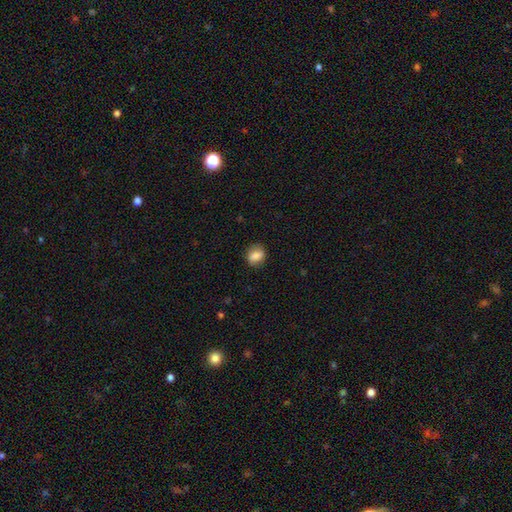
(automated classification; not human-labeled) Smooth or featured?
  - smooth: 82% *
  - featured or disk: 10%
  - star or artifact: 8%
How rounded?
  - round: 50% *
  - in between: 49%
  - cigar-shaped: 2%
Merging?
  - none: 80% *
  - minor disturbance: 15%
  - major disturbance: 4%
  - merger: 1%